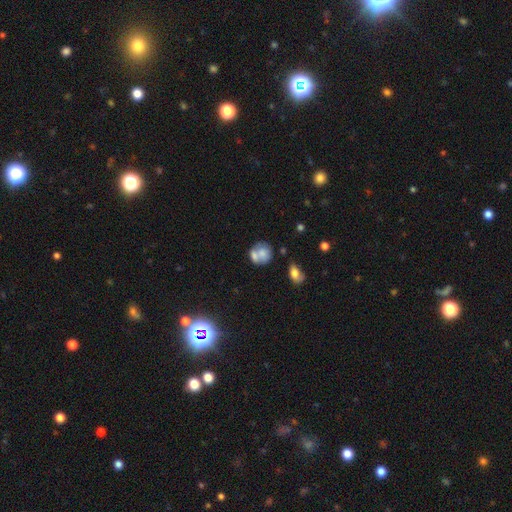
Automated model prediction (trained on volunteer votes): Overall: smooth (64%; featured or disk 26%). How rounded: round (72%). Merging: merger (43%; none 35%).